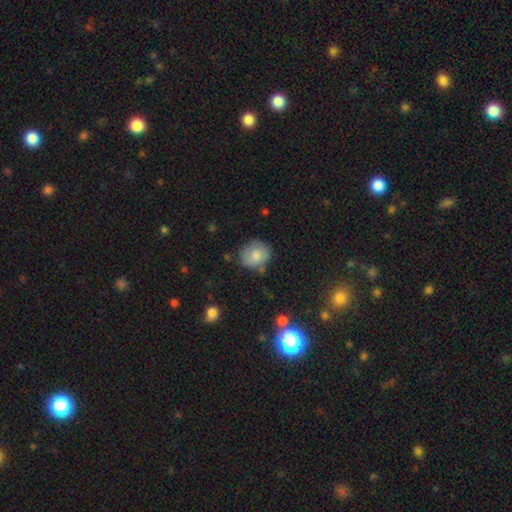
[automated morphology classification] A smooth galaxy with no disk features (79%) that is round (75%).

Vote fractions:
- Smooth or featured? smooth: 79% / featured or disk: 13% / star or artifact: 8%
- How rounded? round: 75% / in between: 24% / cigar-shaped: 1%
- Merging? none: 72% / minor disturbance: 20% / major disturbance: 5% / merger: 4%